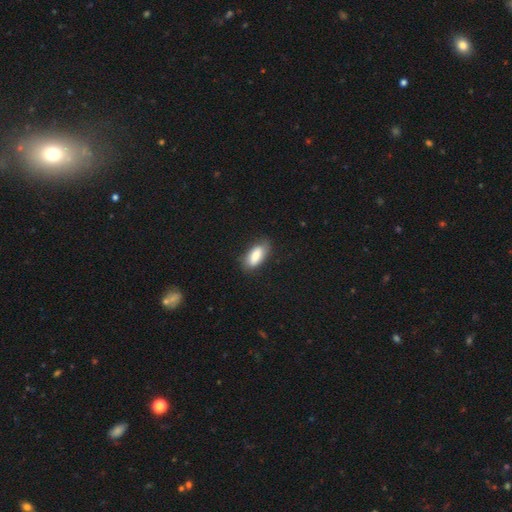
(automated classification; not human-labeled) Smooth or featured? Predicted: smooth (p=0.79). How rounded? Predicted: in between (p=0.87). Merging? Predicted: none (p=0.77).